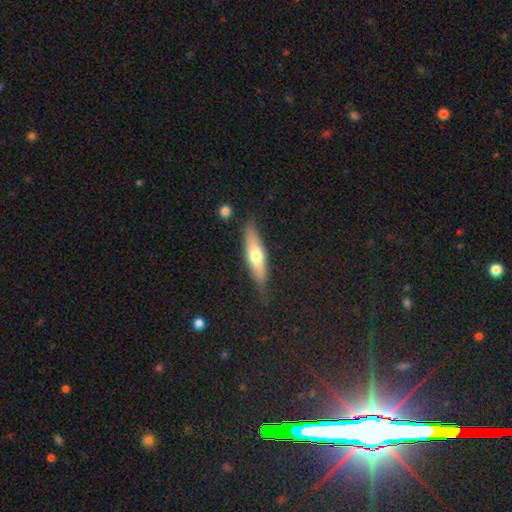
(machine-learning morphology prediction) Smooth or featured? smooth (54%)
How rounded? cigar-shaped (66%)
Merging? none (76%)